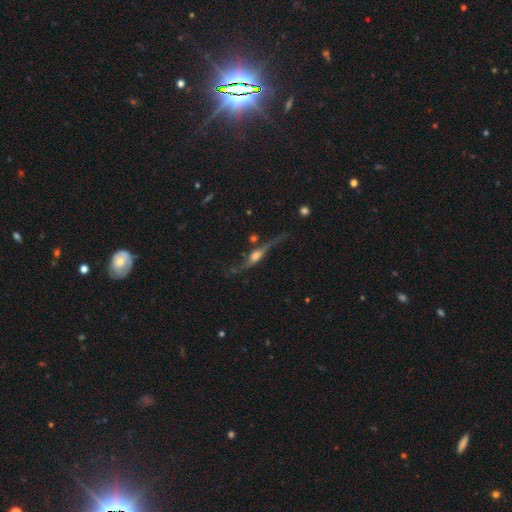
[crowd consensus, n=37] Overall: featured or disk (78%). Edge-on disk: yes (72%). Edge-on bulge: rounded (81%). Merging: none (53%; major disturbance 22%).